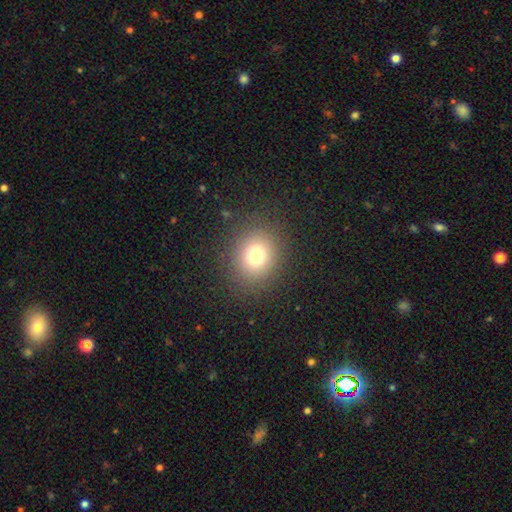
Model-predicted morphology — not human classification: type=smooth (75%); roundness=round (77%); merging=none (87%).